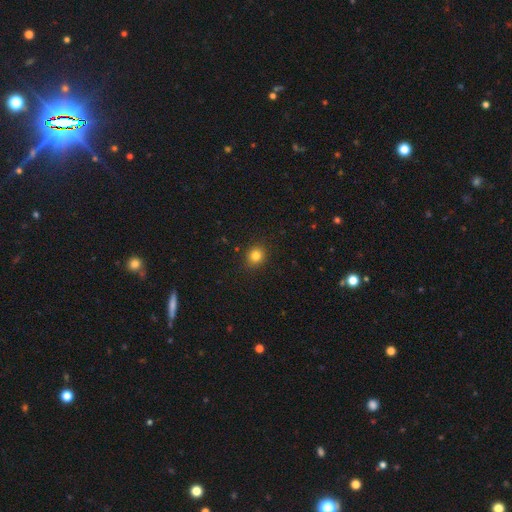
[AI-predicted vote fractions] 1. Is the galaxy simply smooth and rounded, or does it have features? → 83% smooth, 12% star or artifact, 5% featured or disk.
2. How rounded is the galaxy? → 82% round, 17% in between, 1% cigar-shaped.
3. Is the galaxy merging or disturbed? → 90% none, 7% minor disturbance, 2% major disturbance, 1% merger.